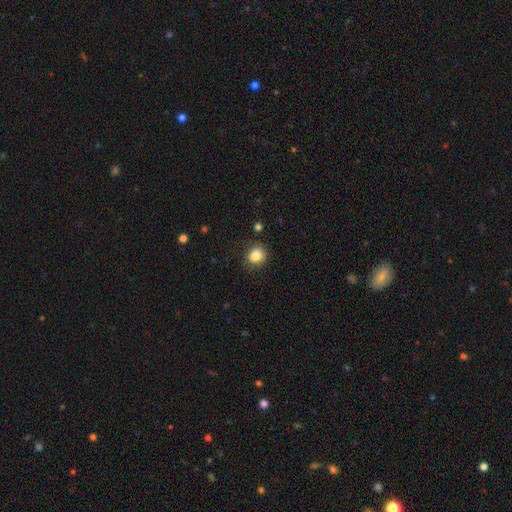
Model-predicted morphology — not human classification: Smooth or featured? smooth (84%)
How rounded? round (72%)
Merging? none (80%)